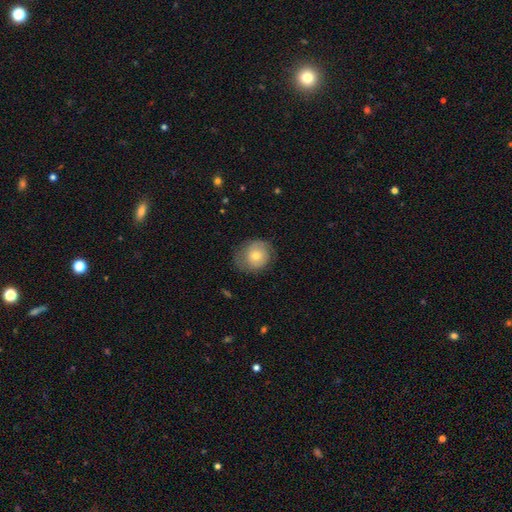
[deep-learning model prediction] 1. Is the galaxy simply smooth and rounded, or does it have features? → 61% smooth, 32% featured or disk, 7% star or artifact.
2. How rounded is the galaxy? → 72% round, 27% in between, 1% cigar-shaped.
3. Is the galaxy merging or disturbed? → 68% none, 23% minor disturbance, 9% major disturbance, 1% merger.